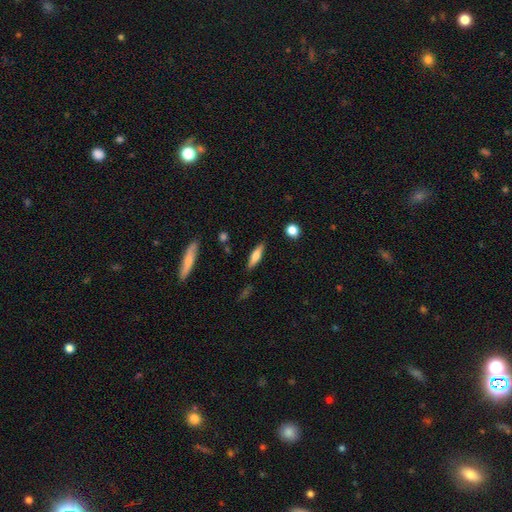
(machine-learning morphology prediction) Smooth or featured? Predicted: smooth (p=0.64). How rounded? Predicted: cigar-shaped (p=0.65). Merging? Predicted: none (p=0.85).